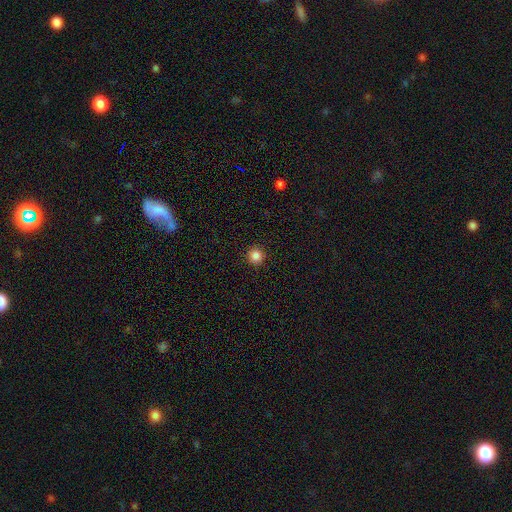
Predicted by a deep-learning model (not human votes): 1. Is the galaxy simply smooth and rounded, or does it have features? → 85% smooth, 12% star or artifact, 3% featured or disk.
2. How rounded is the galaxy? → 96% round, 3% in between, 1% cigar-shaped.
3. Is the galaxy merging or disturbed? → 93% none, 5% minor disturbance, 2% major disturbance, 1% merger.